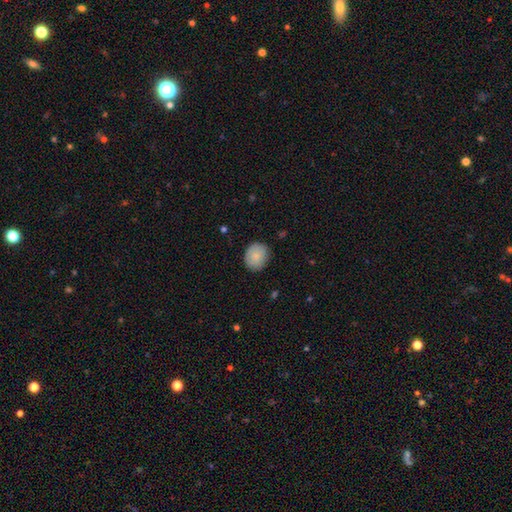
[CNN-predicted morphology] Smooth or featured? Predicted: smooth (p=0.85). How rounded? Predicted: round (p=0.67). Merging? Predicted: none (p=0.84).